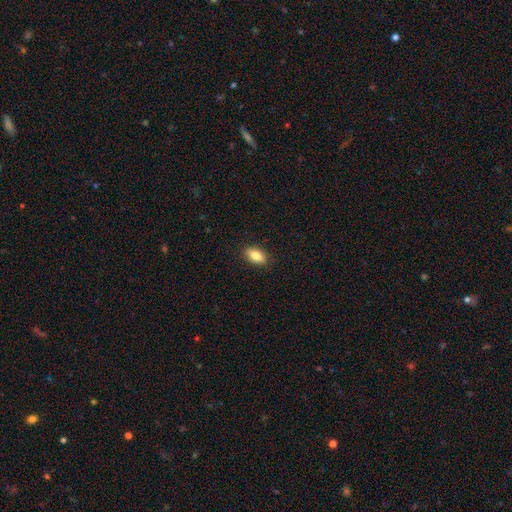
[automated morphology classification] Smooth or featured? smooth (84%)
How rounded? in between (90%)
Merging? none (89%)